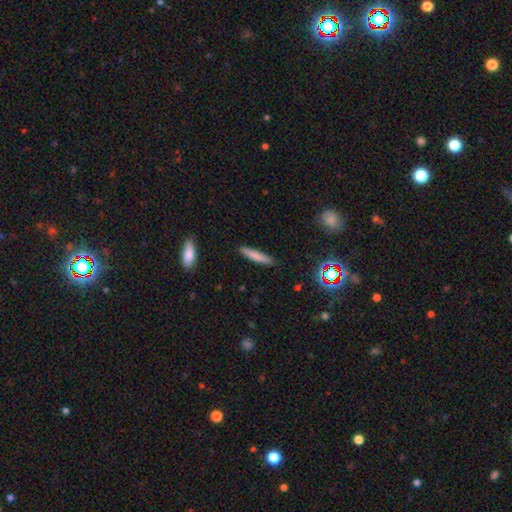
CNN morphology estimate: This appears to be a smooth galaxy with no disk features (78%) that is cigar-shaped (89%). Merging: none (89%).